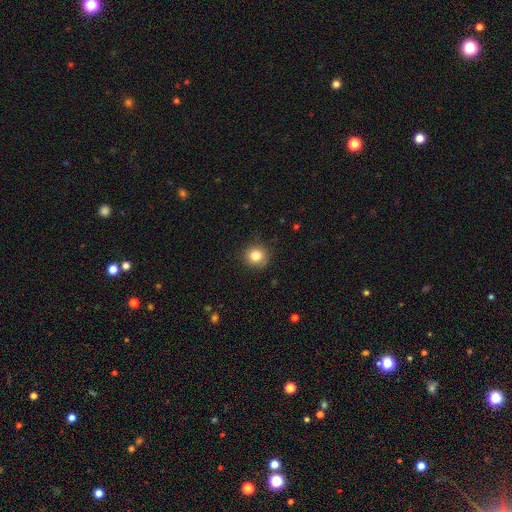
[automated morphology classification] smooth 82%, star or artifact 11%, featured or disk 7%. Down the decision tree: how rounded — round (91%); merging — none (85%).